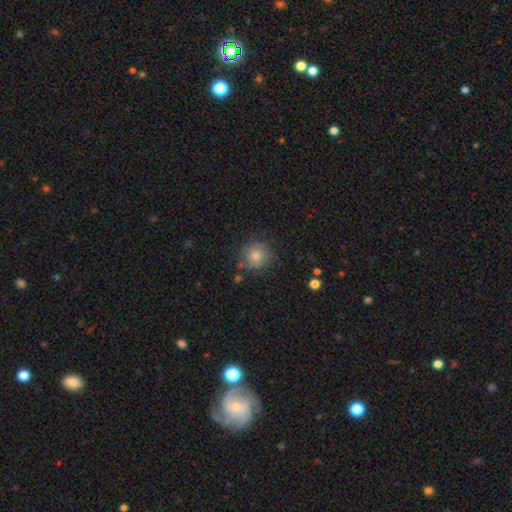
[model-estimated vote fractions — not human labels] The model was most divided on "smooth or featured": smooth: 74%, star or artifact: 13%, featured or disk: 13%. More confident: how rounded — round (92%); merging — none (79%).